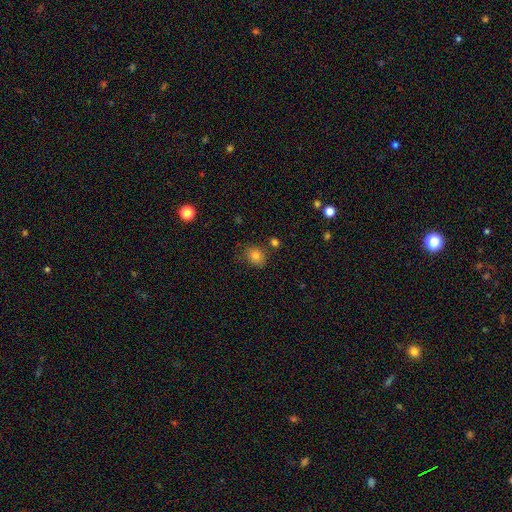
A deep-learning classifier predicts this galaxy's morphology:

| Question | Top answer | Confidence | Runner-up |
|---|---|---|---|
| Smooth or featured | smooth | 79% | star or artifact (12%) |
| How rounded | round | 65% | in between (34%) |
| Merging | none | 73% | minor disturbance (17%) |